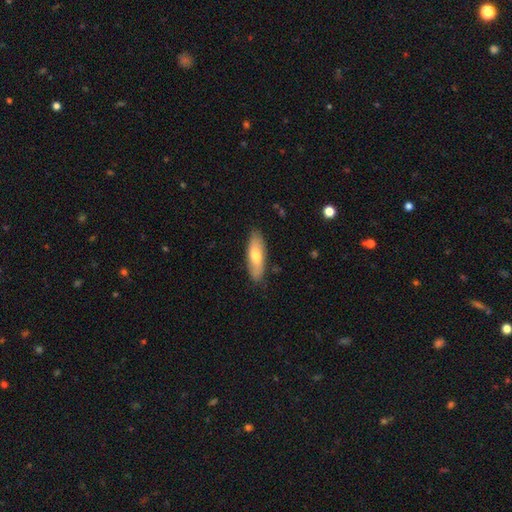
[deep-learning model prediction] Overall: smooth (65%; featured or disk 29%). How rounded: in between (58%; cigar-shaped 40%). Merging: none (83%).